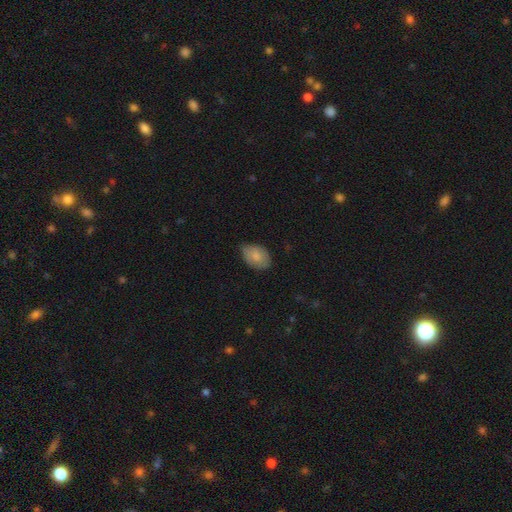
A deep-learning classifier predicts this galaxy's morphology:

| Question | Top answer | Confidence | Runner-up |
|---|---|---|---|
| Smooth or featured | smooth | 80% | featured or disk (14%) |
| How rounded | in between | 84% | round (15%) |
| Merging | none | 66% | minor disturbance (28%) |